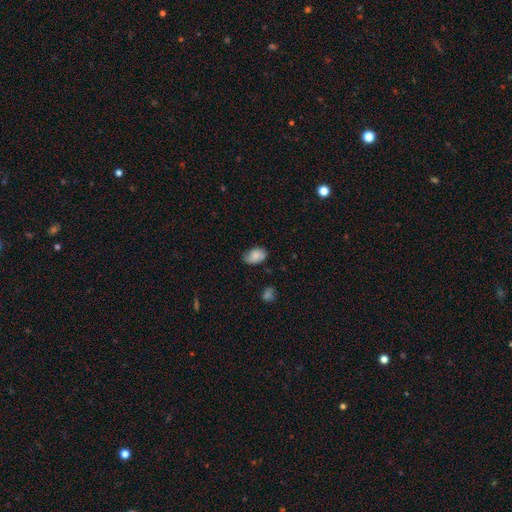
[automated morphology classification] Overall: smooth (82%). How rounded: in between (87%). Merging: none (66%; minor disturbance 27%).